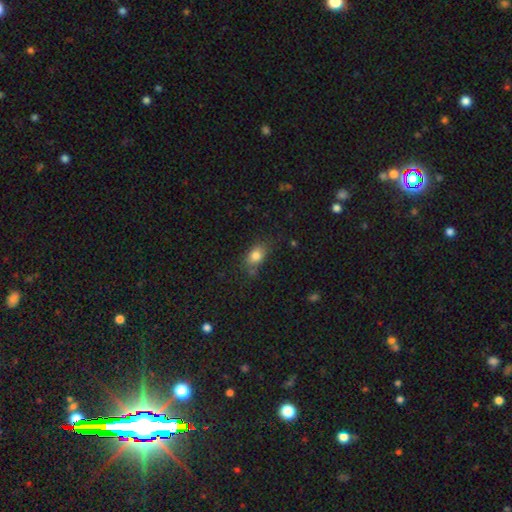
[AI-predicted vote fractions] Overall: smooth (81%). How rounded: in between (74%). Merging: none (62%; minor disturbance 24%).